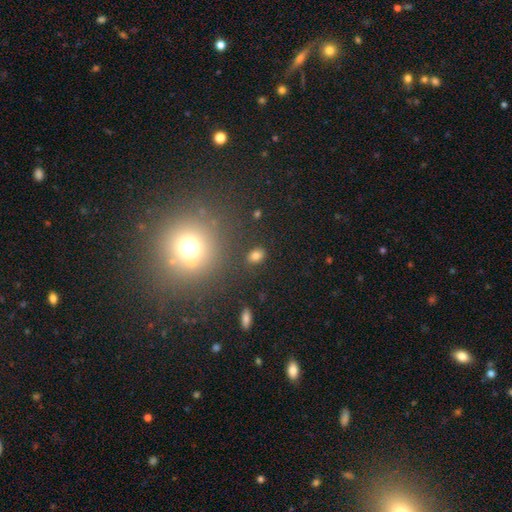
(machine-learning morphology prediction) type=smooth (76%); roundness=in between (70%); merging=none (84%).